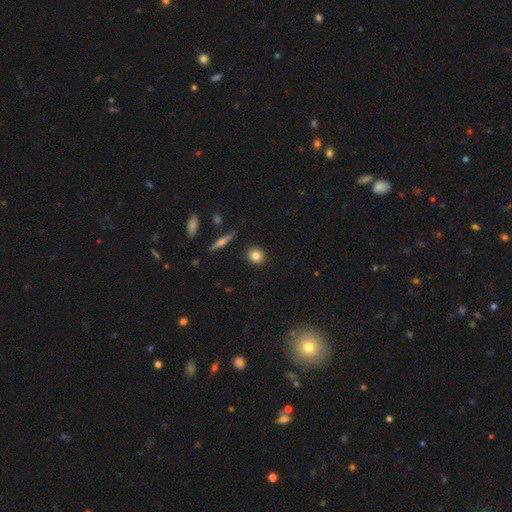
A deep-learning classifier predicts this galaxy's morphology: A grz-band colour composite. It shows a smooth galaxy with no disk features (82%) that is round (84%). Merging: none (90%).